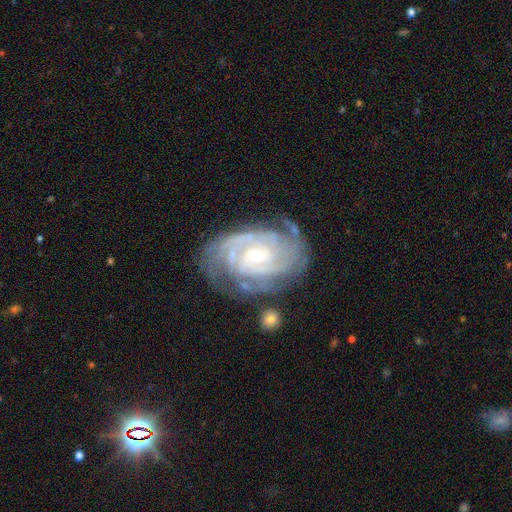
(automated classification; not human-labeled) This is clearly a featured or disk galaxy (91%). It is clearly not viewed edge-on (97%). Bar: possibly no (46%). Spiral arm pattern: clearly yes (98%). Spiral arm count: marginally 3 (25%). Spiral winding: likely tight (75%). Central bulge: possibly small (49%). Merging: likely none (69%).